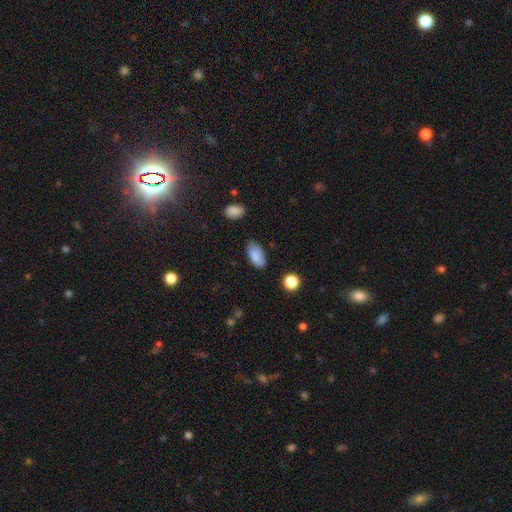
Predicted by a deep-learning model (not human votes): Smooth or featured? smooth (83%)
How rounded? in between (94%)
Merging? none (76%)